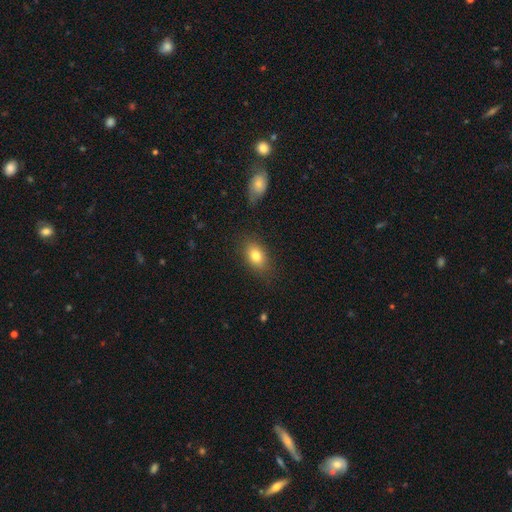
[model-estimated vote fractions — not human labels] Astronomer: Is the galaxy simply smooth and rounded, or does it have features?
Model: smooth — 81%.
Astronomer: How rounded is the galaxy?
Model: in between — 82%.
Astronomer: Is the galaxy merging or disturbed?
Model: none — 83%.